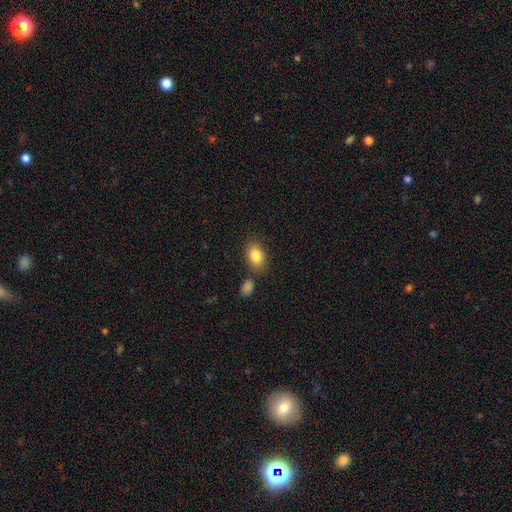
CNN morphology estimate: This appears to be a smooth galaxy with no disk features (85%) that is in between round and cigar-shaped (83%). Merging: none (76%).